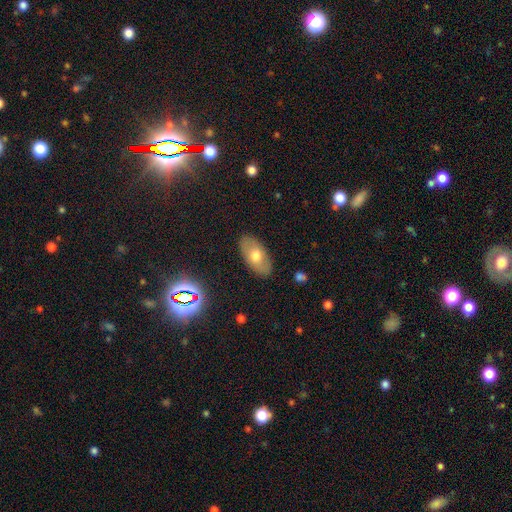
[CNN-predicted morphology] Smooth or featured? smooth (62%)
How rounded? in between (93%)
Merging? none (86%)